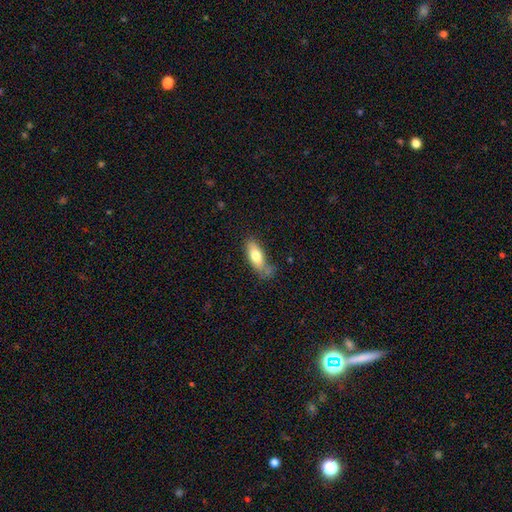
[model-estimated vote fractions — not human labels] smooth_or_featured: smooth (p=0.73) [alt: featured or disk p=0.21]
how_rounded: in between (p=0.74) [alt: cigar-shaped p=0.23]
merging: none (p=0.55) [alt: minor disturbance p=0.26]